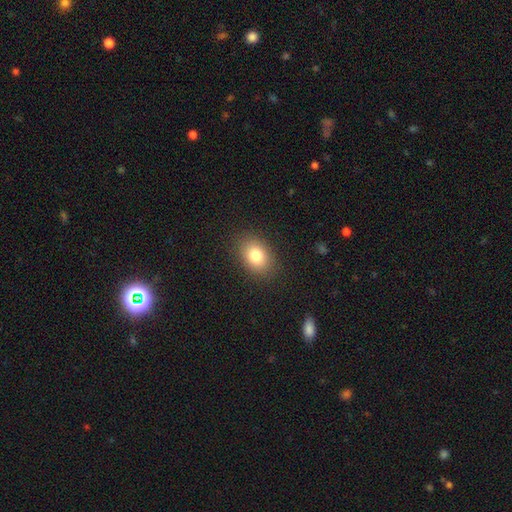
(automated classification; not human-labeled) Smooth or featured?
  - smooth: 81% *
  - star or artifact: 10%
  - featured or disk: 9%
How rounded?
  - in between: 75% *
  - round: 24%
  - cigar-shaped: 1%
Merging?
  - none: 87% *
  - minor disturbance: 9%
  - major disturbance: 3%
  - merger: 1%